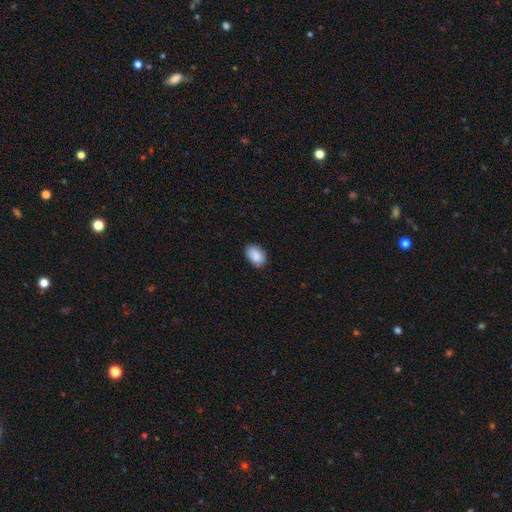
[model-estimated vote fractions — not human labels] smooth-or-featured: smooth: 90% | star or artifact: 7% | featured or disk: 4%
  how-rounded: in between: 87% | round: 12% | cigar-shaped: 1%
  merging: none: 84% | minor disturbance: 12% | major disturbance: 2% | merger: 1%